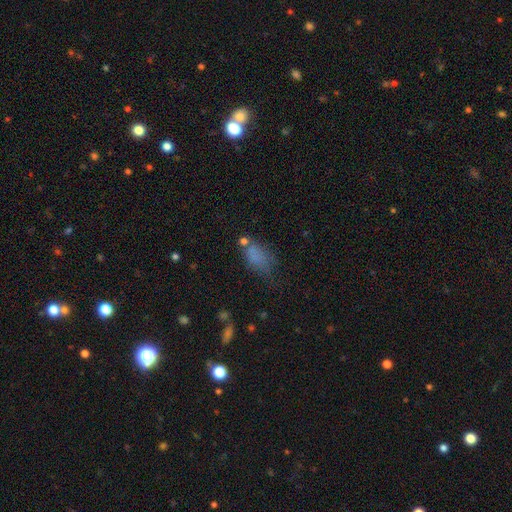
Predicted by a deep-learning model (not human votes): Smooth or featured? Predicted: smooth (p=0.71). How rounded? Predicted: in between (p=0.87). Merging? Predicted: none (p=0.43).